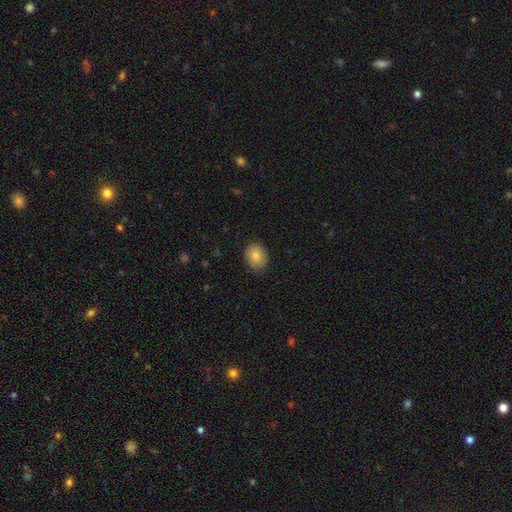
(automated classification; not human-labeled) Smooth or featured: smooth — 85% (featured or disk — 8%)
How rounded: in between — 56% (round — 43%)
Merging: none — 84% (minor disturbance — 13%)